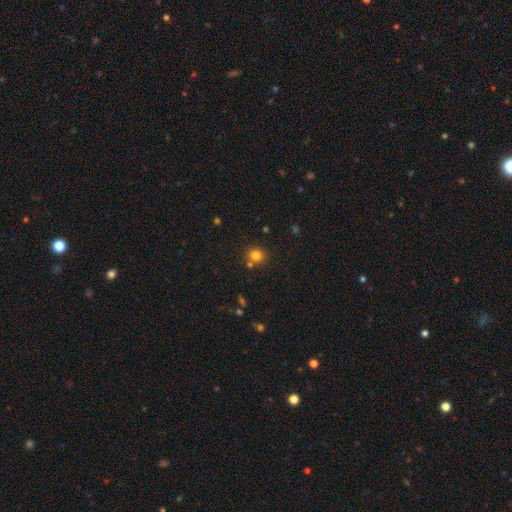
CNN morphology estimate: Smooth or featured: smooth — 79% (star or artifact — 14%)
How rounded: round — 89% (in between — 11%)
Merging: none — 76% (merger — 13%)